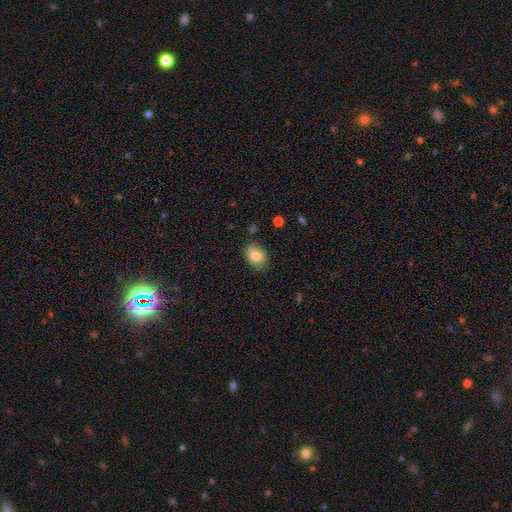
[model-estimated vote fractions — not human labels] Smooth or featured? Predicted: smooth (p=0.80). How rounded? Predicted: in between (p=0.79). Merging? Predicted: none (p=0.77).